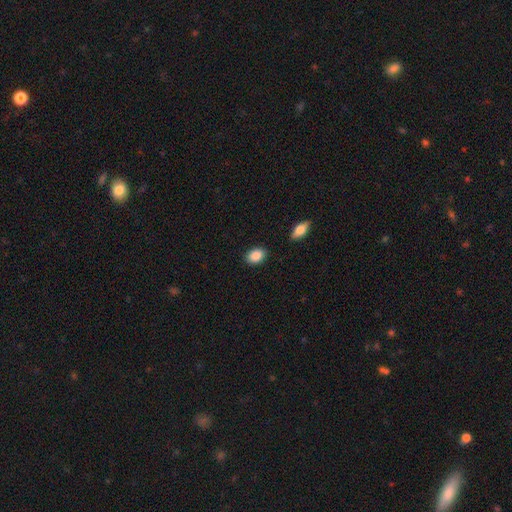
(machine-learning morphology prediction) Smooth or featured?
  - smooth: 88% *
  - star or artifact: 7%
  - featured or disk: 5%
How rounded?
  - in between: 75% *
  - round: 24%
  - cigar-shaped: 1%
Merging?
  - none: 87% *
  - minor disturbance: 8%
  - merger: 2%
  - major disturbance: 2%